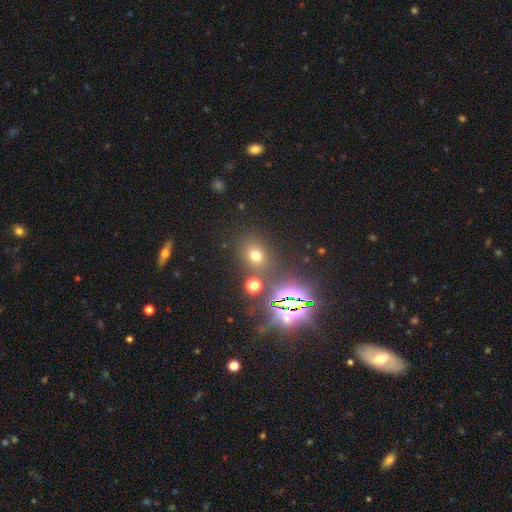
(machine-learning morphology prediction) Overall: smooth (59%; star or artifact 32%). How rounded: round (64%; in between 35%). Merging: none (76%).